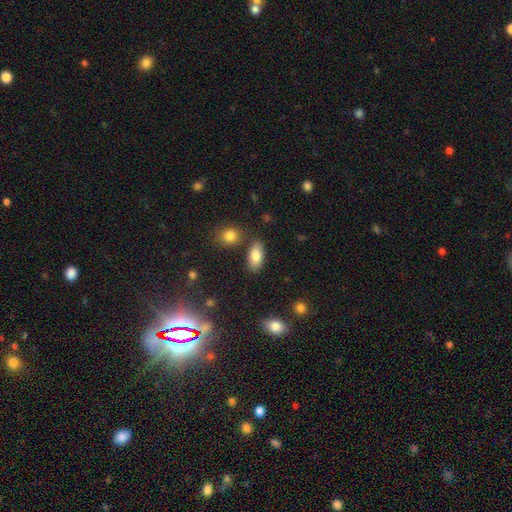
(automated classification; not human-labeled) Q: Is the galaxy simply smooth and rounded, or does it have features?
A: smooth — 82%.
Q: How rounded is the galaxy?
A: in between — 90%.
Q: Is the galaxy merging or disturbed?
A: none — 81%.